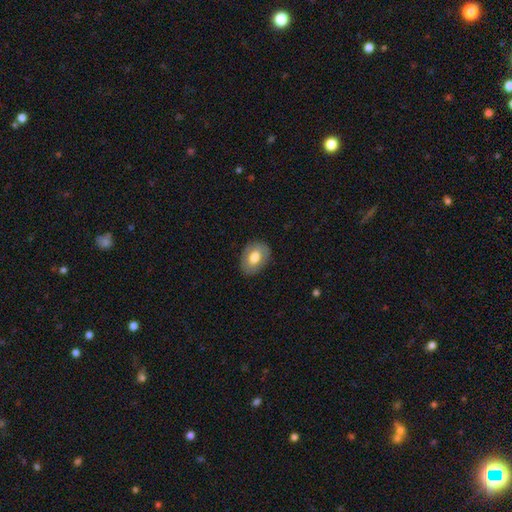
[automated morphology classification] Smooth or featured: smooth — 69% (featured or disk — 24%)
How rounded: in between — 78% (round — 21%)
Merging: none — 85% (minor disturbance — 11%)